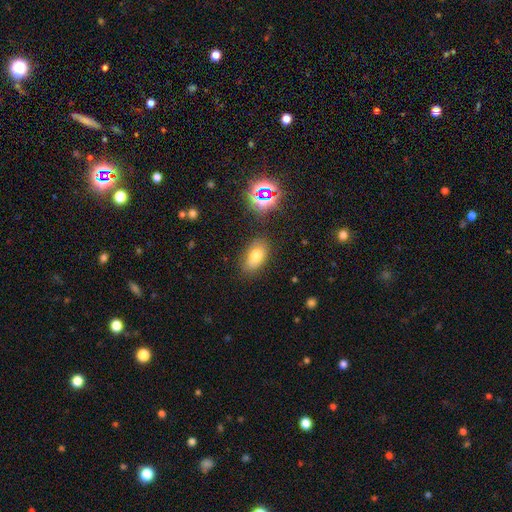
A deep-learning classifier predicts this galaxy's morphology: smooth_or_featured: smooth (p=0.71) [alt: star or artifact p=0.16]
how_rounded: in between (p=0.89) [alt: round p=0.09]
merging: none (p=0.80) [alt: minor disturbance p=0.14]